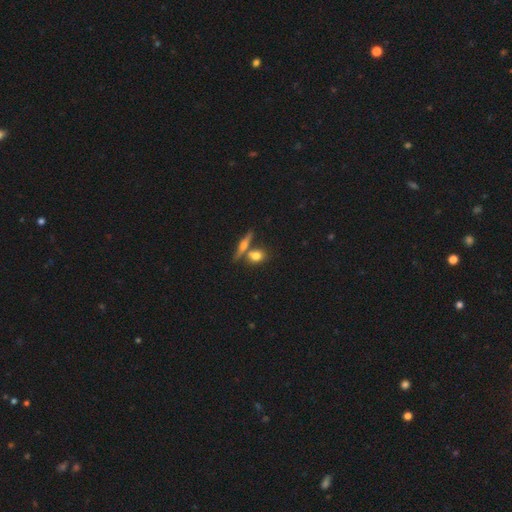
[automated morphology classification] Overall: smooth (71%). How rounded: round (50%; in between 39%). Merging: none (58%; merger 30%).